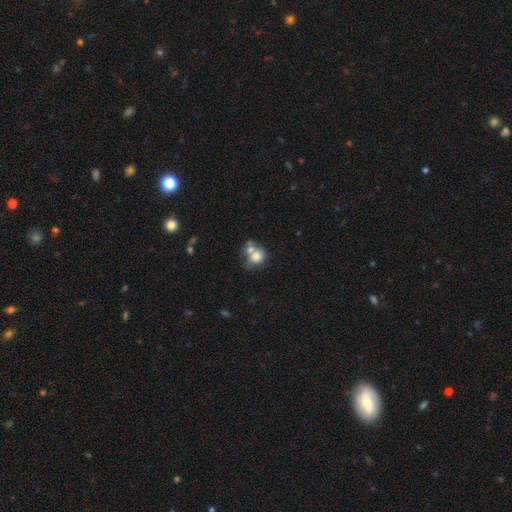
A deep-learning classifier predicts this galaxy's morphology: smooth 71%, featured or disk 19%, star or artifact 10%. Down the decision tree: how rounded — round (62%); merging — merger (50%).